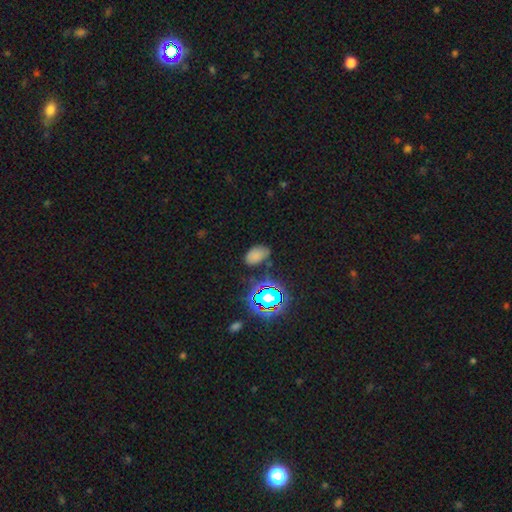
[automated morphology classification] smooth 66%, star or artifact 26%, featured or disk 8%. Down the decision tree: how rounded — in between (90%); merging — none (69%).